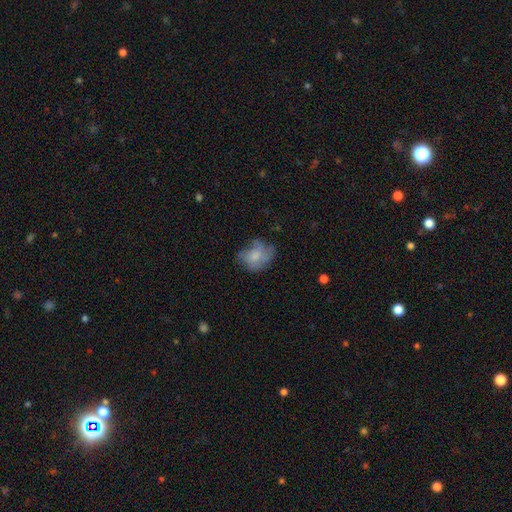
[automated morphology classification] Smooth or featured?
  - smooth: 64% *
  - featured or disk: 27%
  - star or artifact: 9%
How rounded?
  - in between: 58% *
  - round: 41%
  - cigar-shaped: 1%
Merging?
  - none: 48% *
  - minor disturbance: 31%
  - major disturbance: 19%
  - merger: 2%